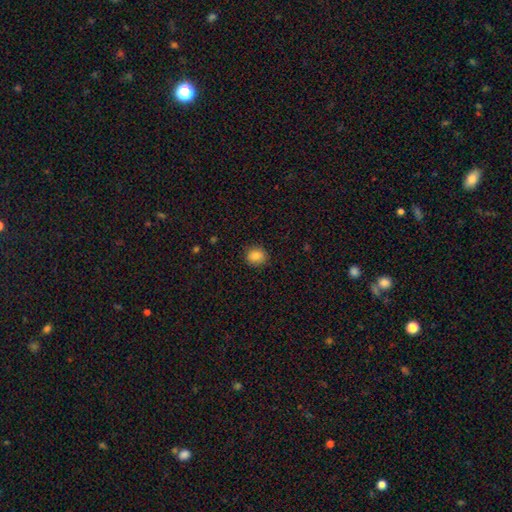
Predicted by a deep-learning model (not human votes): Smooth or featured: smooth — 85% (star or artifact — 10%)
How rounded: round — 79% (in between — 20%)
Merging: none — 90% (minor disturbance — 7%)